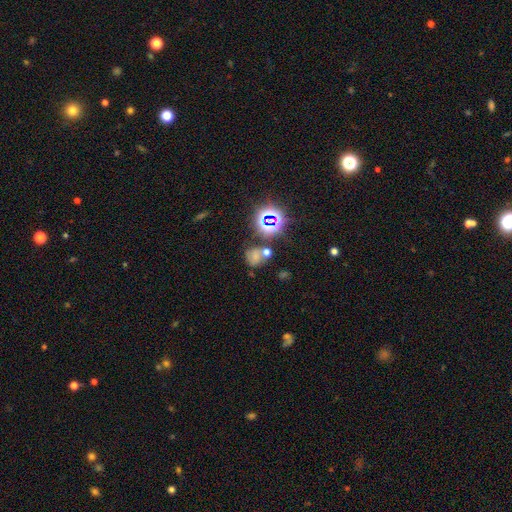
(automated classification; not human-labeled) smooth-or-featured: smooth: 51% | star or artifact: 33% | featured or disk: 16%
  how-rounded: round: 66% | in between: 33% | cigar-shaped: 1%
  merging: none: 46% | merger: 29% | minor disturbance: 16% | major disturbance: 10%